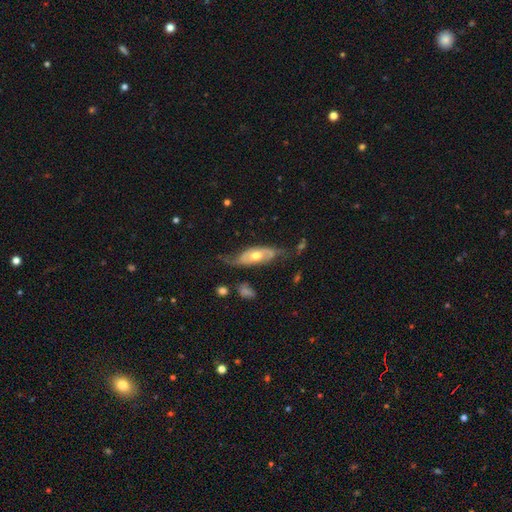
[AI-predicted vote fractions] featured or disk 66%, smooth 28%, star or artifact 6%. Down the decision tree: edge-on disk — no (80%); bar — no (67%); spiral arms — yes (77%); bulge size — moderate (72%); merging — none (48%).